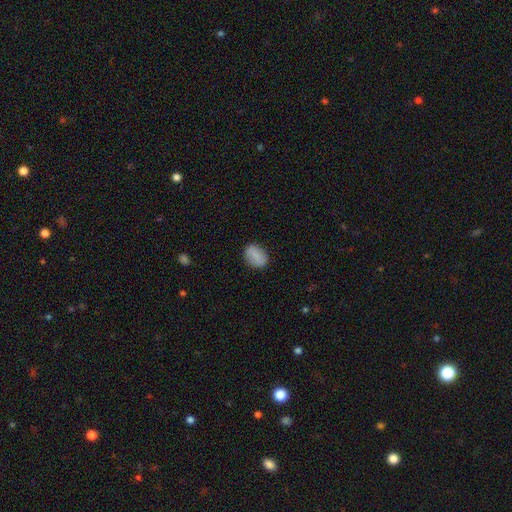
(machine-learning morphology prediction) Smooth or featured: smooth — 76% (featured or disk — 16%)
How rounded: in between — 72% (round — 26%)
Merging: none — 85% (minor disturbance — 11%)